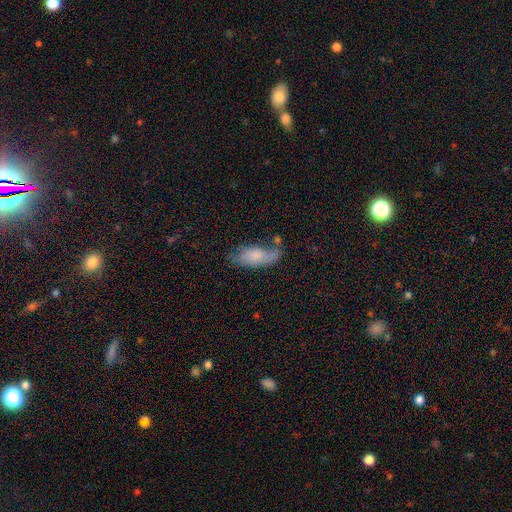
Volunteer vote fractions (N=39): This appears to be a smooth galaxy with no disk features (77%) that is in between round and cigar-shaped (90%). Merging: none (68%).